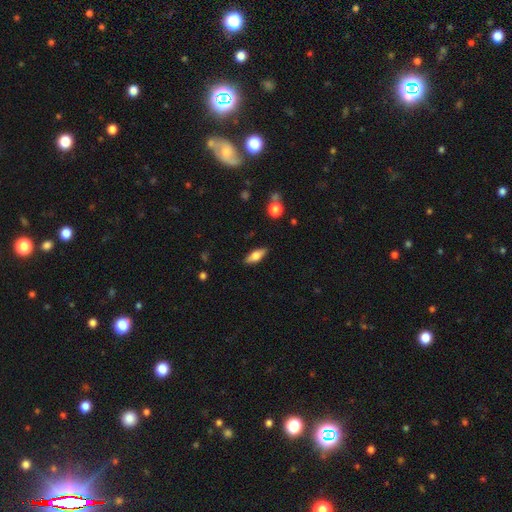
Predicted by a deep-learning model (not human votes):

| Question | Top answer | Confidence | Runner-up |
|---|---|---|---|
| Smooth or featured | smooth | 62% | featured or disk (31%) |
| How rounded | in between | 68% | cigar-shaped (29%) |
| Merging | none | 86% | minor disturbance (10%) |